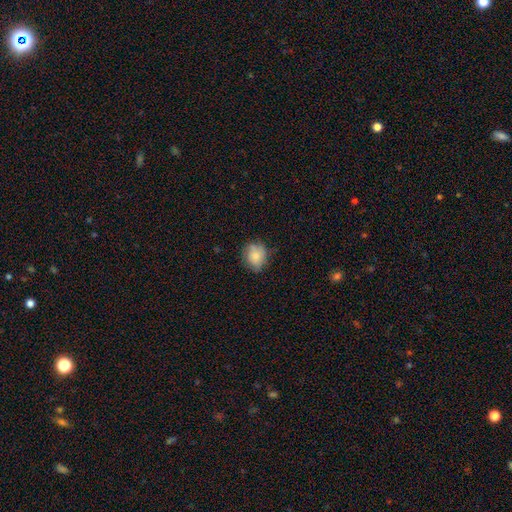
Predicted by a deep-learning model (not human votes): smooth 73%, featured or disk 19%, star or artifact 9%. Down the decision tree: how rounded — round (66%); merging — none (68%).